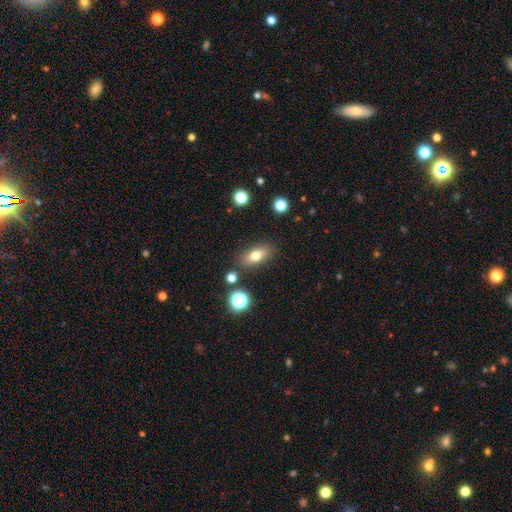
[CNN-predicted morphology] Q: Smooth or featured?
A: smooth (74%); runner-up: featured or disk (16%)
Q: How rounded?
A: in between (77%); runner-up: cigar-shaped (14%)
Q: Merging?
A: none (82%); runner-up: minor disturbance (11%)